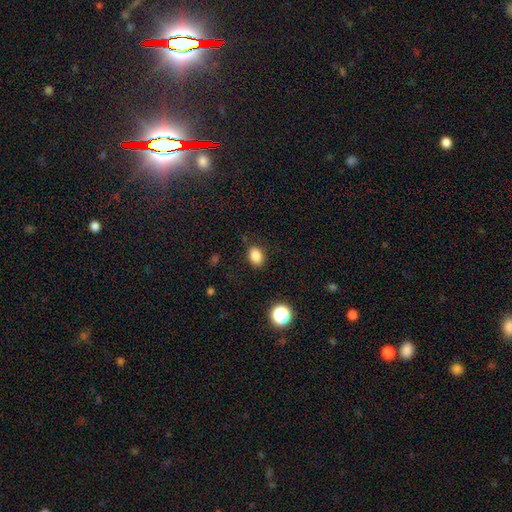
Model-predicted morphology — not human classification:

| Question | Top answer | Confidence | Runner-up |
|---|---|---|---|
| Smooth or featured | smooth | 85% | star or artifact (11%) |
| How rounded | in between | 73% | round (26%) |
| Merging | none | 83% | minor disturbance (12%) |